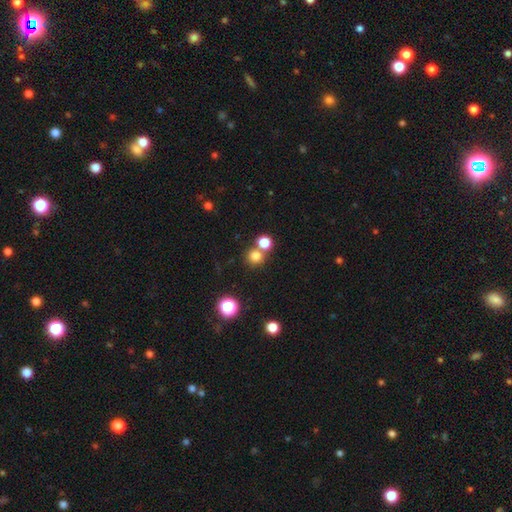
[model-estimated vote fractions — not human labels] Smooth or featured?
  - smooth: 77% *
  - star or artifact: 17%
  - featured or disk: 6%
How rounded?
  - round: 89% *
  - in between: 10%
  - cigar-shaped: 1%
Merging?
  - none: 62% *
  - merger: 28%
  - minor disturbance: 7%
  - major disturbance: 3%